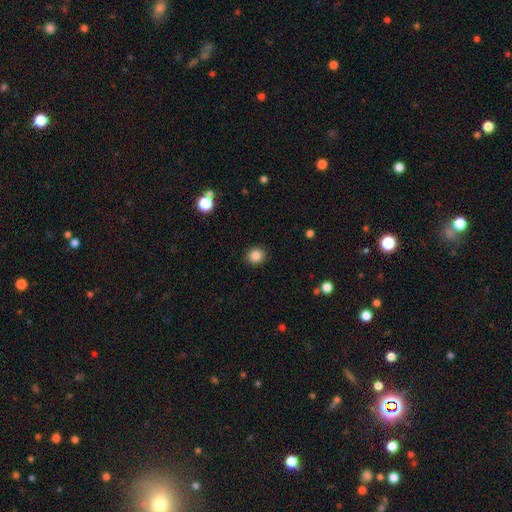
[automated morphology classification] smooth-or-featured: smooth: 85% | star or artifact: 10% | featured or disk: 5%
  how-rounded: round: 86% | in between: 14% | cigar-shaped: 1%
  merging: none: 91% | minor disturbance: 6% | major disturbance: 2% | merger: 1%